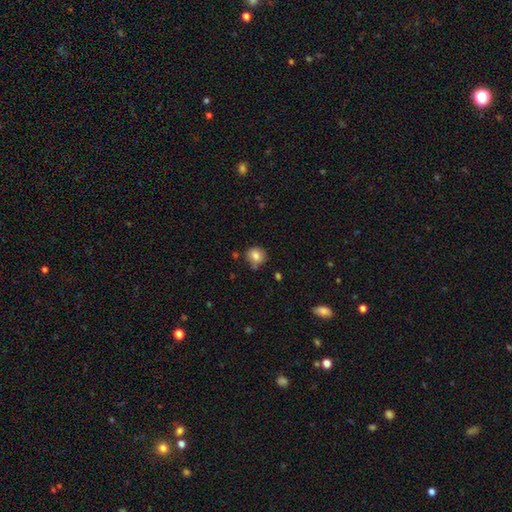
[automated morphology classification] Smooth or featured: smooth — 82% (star or artifact — 10%)
How rounded: round — 84% (in between — 16%)
Merging: none — 75% (minor disturbance — 16%)